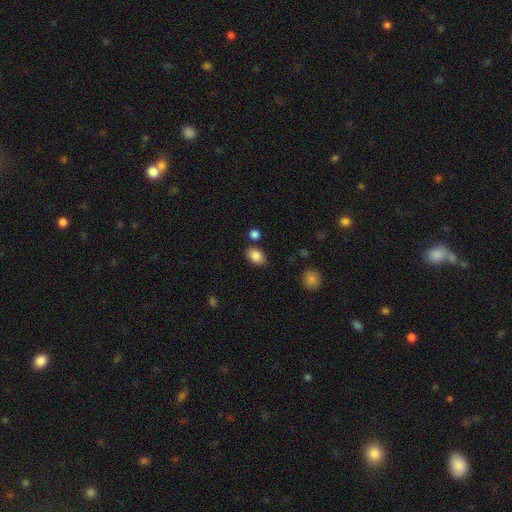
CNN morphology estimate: Smooth or featured: smooth — 86% (star or artifact — 8%)
How rounded: in between — 83% (round — 16%)
Merging: none — 78% (minor disturbance — 11%)